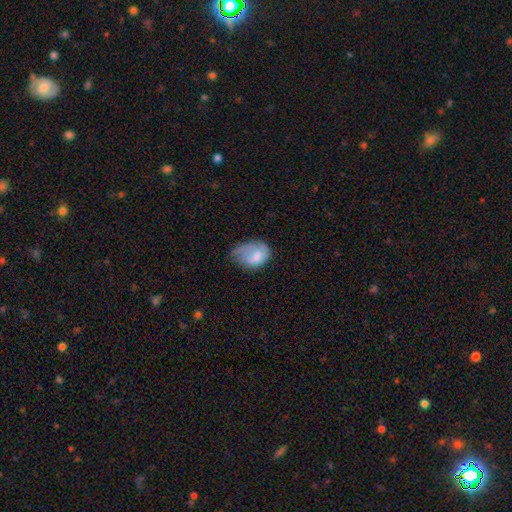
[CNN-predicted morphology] Smooth or featured?
  - smooth: 68% *
  - featured or disk: 25%
  - star or artifact: 7%
How rounded?
  - in between: 78% *
  - round: 21%
  - cigar-shaped: 1%
Merging?
  - minor disturbance: 39% *
  - major disturbance: 35%
  - none: 23%
  - merger: 3%